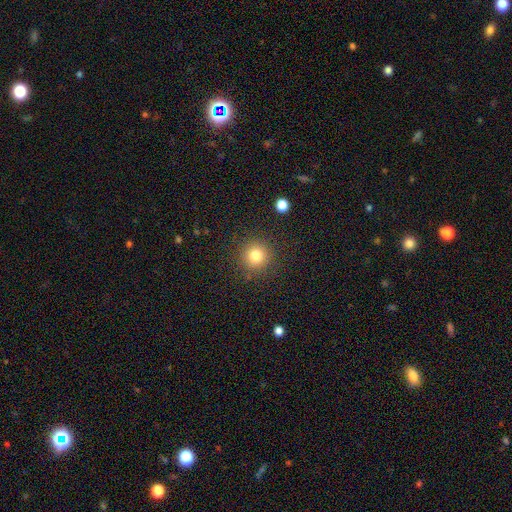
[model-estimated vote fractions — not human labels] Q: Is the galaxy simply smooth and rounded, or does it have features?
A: smooth — 80%.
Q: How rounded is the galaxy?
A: round — 94%.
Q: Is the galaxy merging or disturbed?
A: none — 89%.